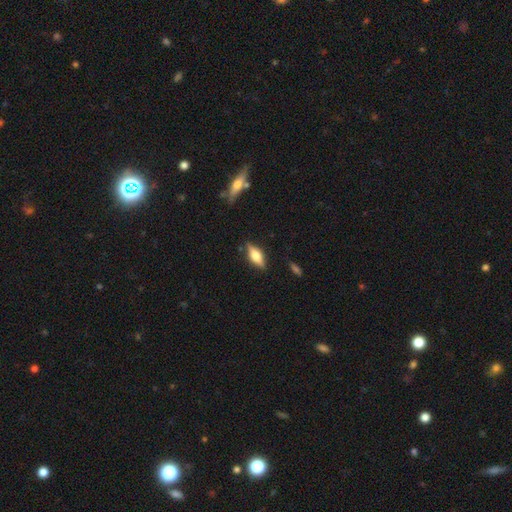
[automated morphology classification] Overall: featured or disk (49%; smooth 44%). Merging: none (82%).